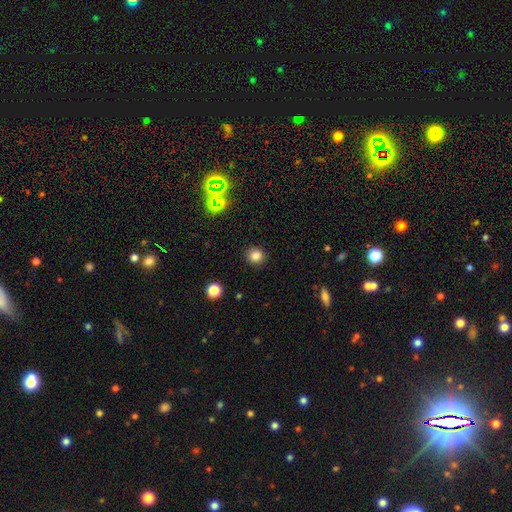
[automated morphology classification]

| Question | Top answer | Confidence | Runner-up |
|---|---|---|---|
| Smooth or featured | smooth | 81% | star or artifact (14%) |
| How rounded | round | 88% | in between (11%) |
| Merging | none | 90% | minor disturbance (6%) |